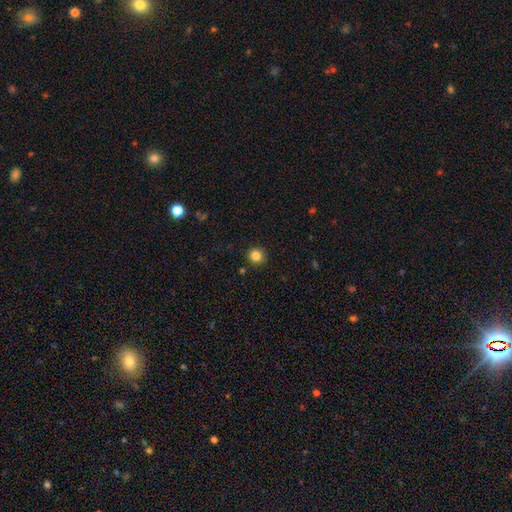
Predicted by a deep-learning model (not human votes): smooth_or_featured: smooth (p=0.84) [alt: star or artifact p=0.12]
how_rounded: round (p=0.92) [alt: in between p=0.07]
merging: none (p=0.91) [alt: minor disturbance p=0.06]